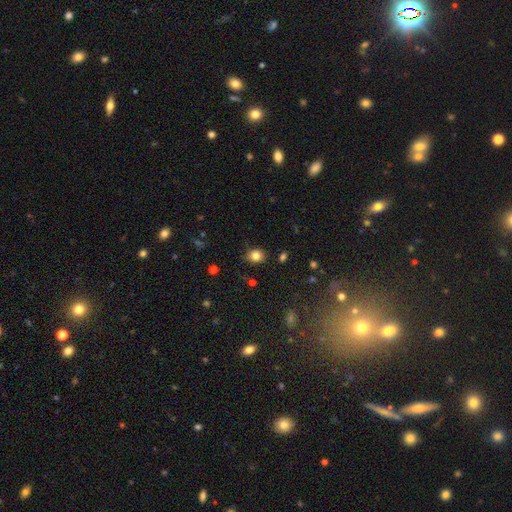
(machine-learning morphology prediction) A smooth galaxy with no disk features (81%) that is round (67%). Merging: none (79%).